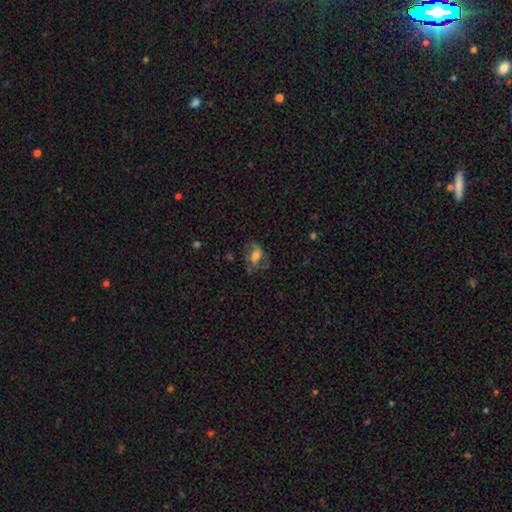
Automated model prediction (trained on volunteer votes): Morphology: type=featured or disk (60%); edge-on=no (95%); bar=no (42%); spiral arms=yes (83%); bulge=moderate (53%); merging=none (59%).